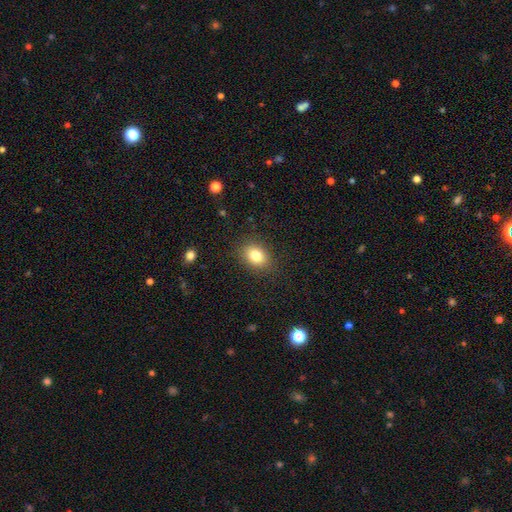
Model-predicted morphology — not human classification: The model was most divided on "how rounded": in between: 66%, round: 33%, cigar-shaped: 1%. More confident: merging — none (86%); smooth or featured — smooth (81%).